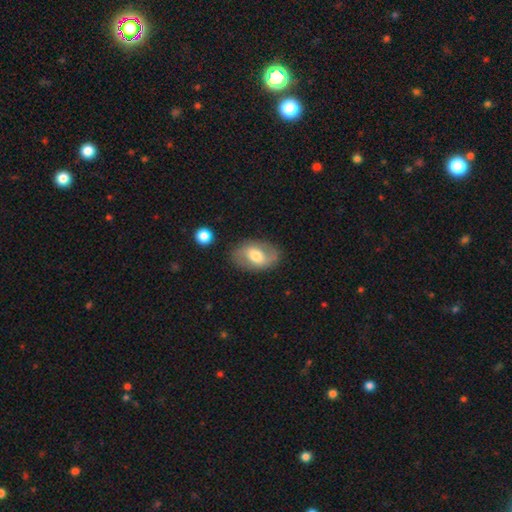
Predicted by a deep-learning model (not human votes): Smooth or featured: featured or disk — 47% (smooth — 46%)
Merging: none — 79% (minor disturbance — 14%)